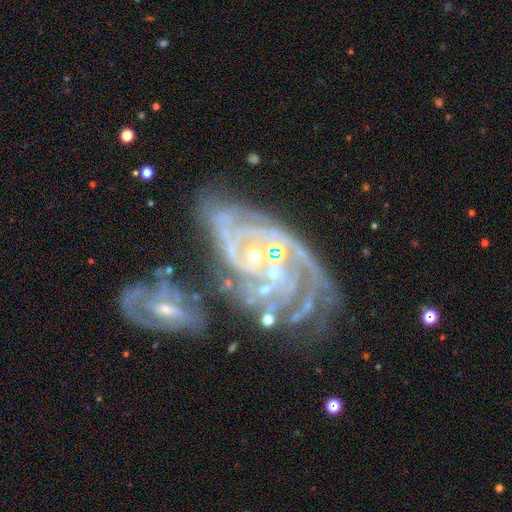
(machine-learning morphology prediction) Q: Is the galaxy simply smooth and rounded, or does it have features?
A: featured or disk — 80%.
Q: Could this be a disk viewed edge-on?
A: no — 97%.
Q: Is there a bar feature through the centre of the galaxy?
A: no — 70%.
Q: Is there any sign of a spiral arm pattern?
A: yes — 82%.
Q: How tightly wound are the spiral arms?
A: tight — 49%.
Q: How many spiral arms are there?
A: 2 — 29%.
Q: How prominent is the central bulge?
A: small — 55%.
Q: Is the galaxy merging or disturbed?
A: none — 32%.